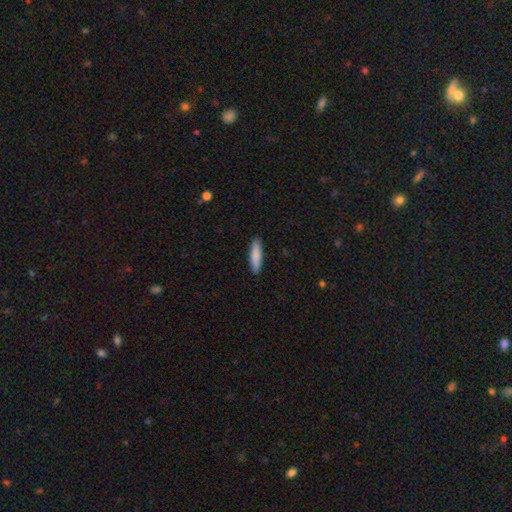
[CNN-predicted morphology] Smooth or featured?
  - smooth: 84% *
  - featured or disk: 10%
  - star or artifact: 5%
How rounded?
  - cigar-shaped: 75% *
  - in between: 23%
  - round: 1%
Merging?
  - none: 90% *
  - minor disturbance: 8%
  - major disturbance: 2%
  - merger: 1%